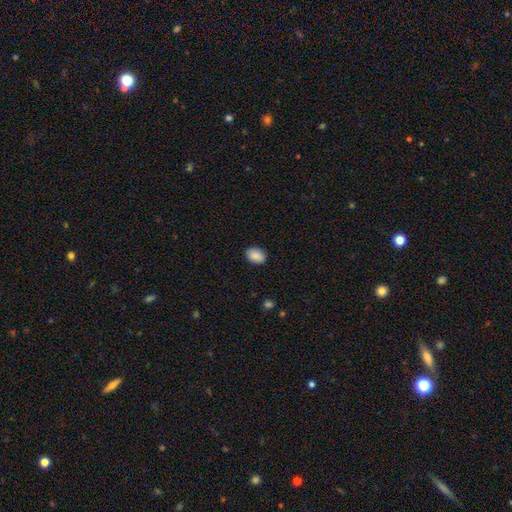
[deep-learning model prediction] A smooth galaxy with no disk features (89%) that is in between round and cigar-shaped (79%). Merging: none (87%).